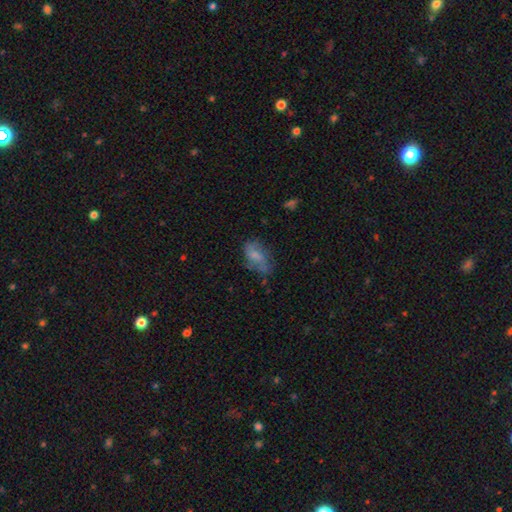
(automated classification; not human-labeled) Smooth or featured? smooth (60%)
How rounded? in between (87%)
Merging? none (53%)